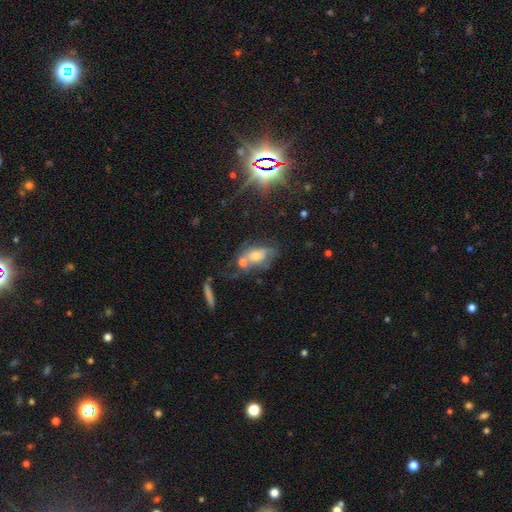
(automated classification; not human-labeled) smooth_or_featured: smooth (p=0.37) [tied with: featured or disk p=0.37]
merging: none (p=0.38) [alt: merger p=0.27]